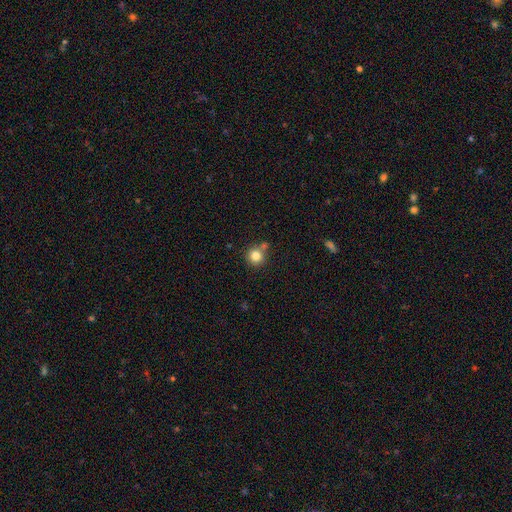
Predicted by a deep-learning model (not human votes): smooth_or_featured: smooth (p=0.82) [alt: star or artifact p=0.11]
how_rounded: round (p=0.93) [alt: in between p=0.06]
merging: none (p=0.68) [alt: merger p=0.18]